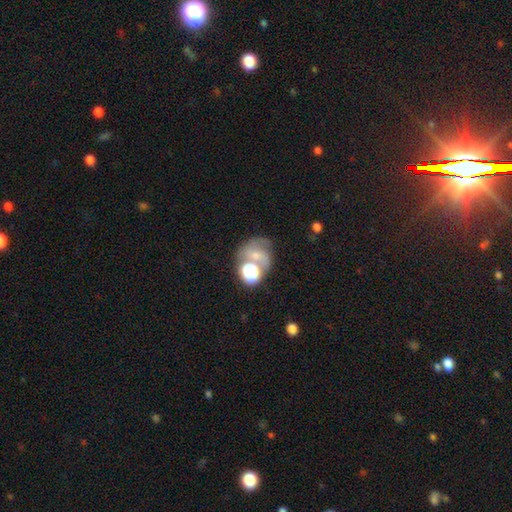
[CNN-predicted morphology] type=featured or disk (43%); merging=none (45%).